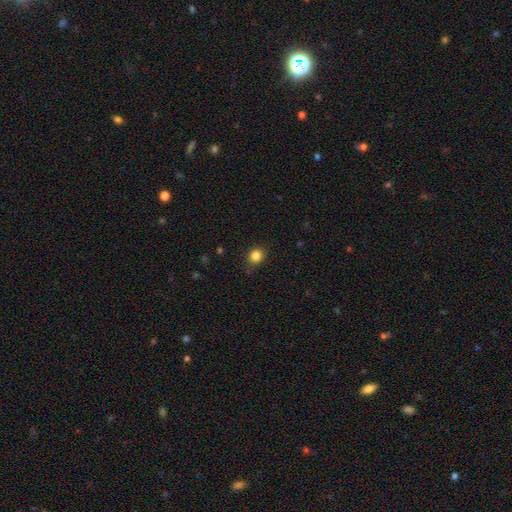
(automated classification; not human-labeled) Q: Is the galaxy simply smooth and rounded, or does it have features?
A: smooth — 85%.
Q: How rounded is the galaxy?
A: round — 75%.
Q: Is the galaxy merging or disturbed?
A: none — 84%.